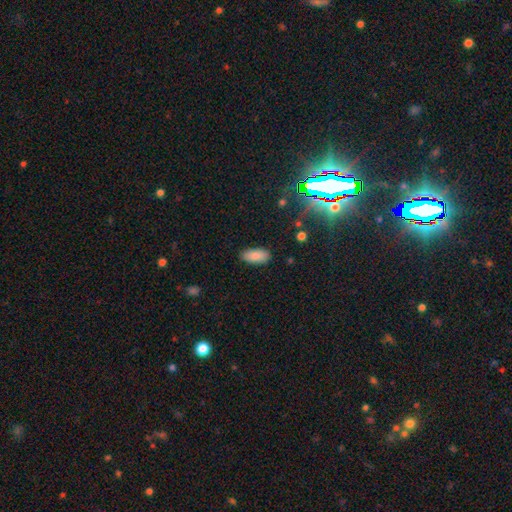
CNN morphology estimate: smooth_or_featured: smooth (p=0.86) [alt: star or artifact p=0.08]
how_rounded: in between (p=0.89) [alt: cigar-shaped p=0.09]
merging: none (p=0.87) [alt: minor disturbance p=0.10]